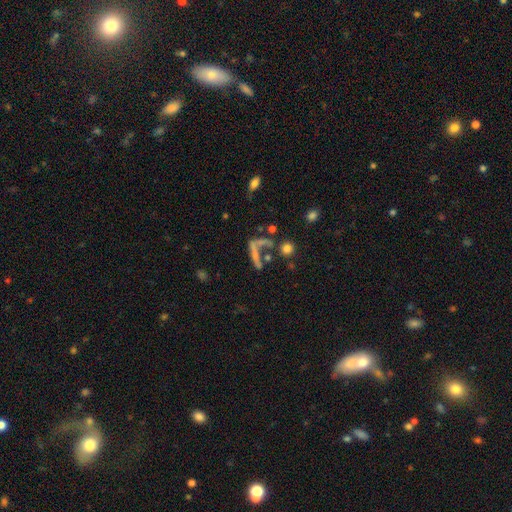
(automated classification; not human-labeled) The model was most divided on "smooth or featured": smooth: 41%, featured or disk: 38%, star or artifact: 21%. Remaining: merging — none (37%).